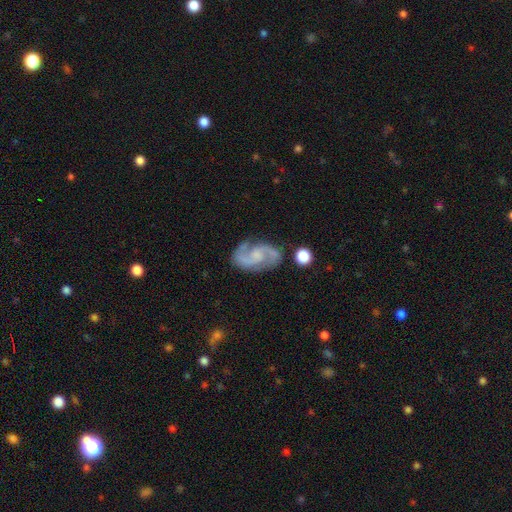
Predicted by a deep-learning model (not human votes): This appears to be a featured or disk galaxy (88%) with no bar (51%), 2 (92%) medium (57%) spiral arms (97%) and a small central bulge (41%). Merging: none (79%).